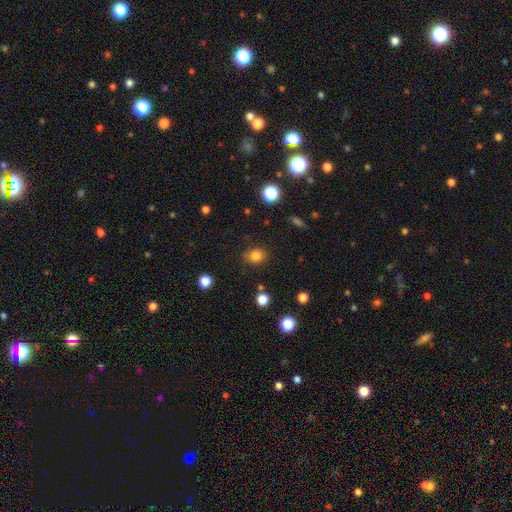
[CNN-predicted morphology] smooth-or-featured: smooth: 81% | star or artifact: 13% | featured or disk: 6%
  how-rounded: round: 57% | in between: 42% | cigar-shaped: 1%
  merging: none: 84% | minor disturbance: 11% | major disturbance: 3% | merger: 2%